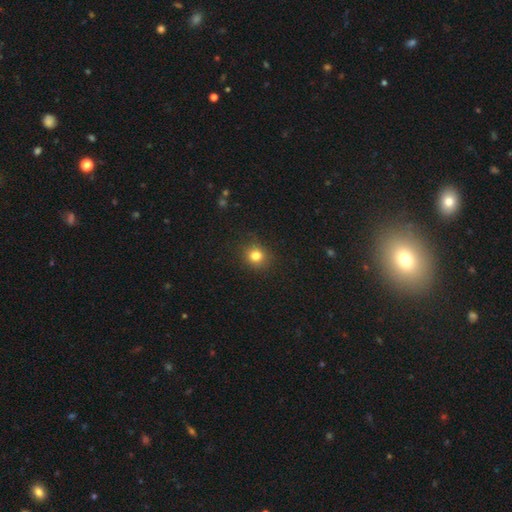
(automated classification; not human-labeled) smooth_or_featured: smooth (p=0.80) [alt: star or artifact p=0.14]
how_rounded: round (p=0.85) [alt: in between p=0.14]
merging: none (p=0.89) [alt: minor disturbance p=0.08]